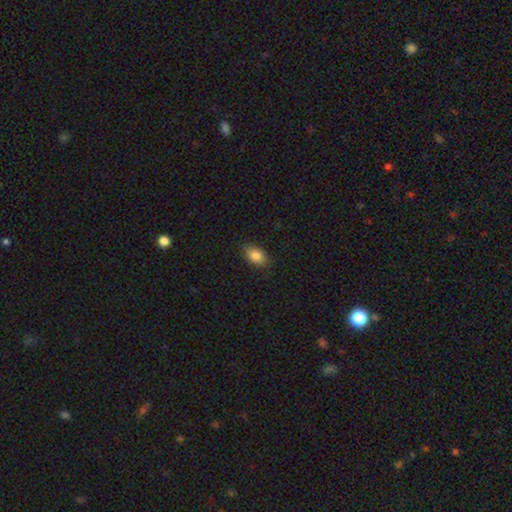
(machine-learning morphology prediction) smooth_or_featured: smooth (p=0.85) [alt: star or artifact p=0.08]
how_rounded: in between (p=0.85) [alt: round p=0.12]
merging: none (p=0.83) [alt: minor disturbance p=0.13]